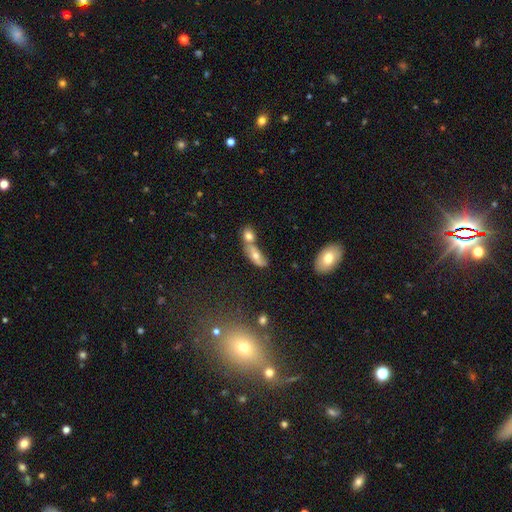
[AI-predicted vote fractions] The model was most divided on "smooth or featured": smooth: 59%, featured or disk: 30%, star or artifact: 11%. More confident: how rounded — in between (74%); merging — merger (59%).